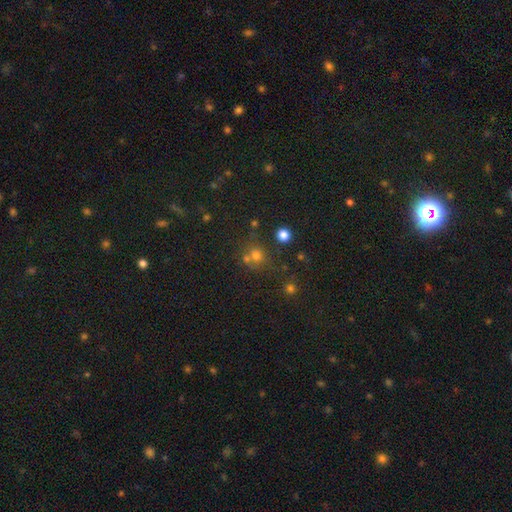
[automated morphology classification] smooth 63%, star or artifact 26%, featured or disk 11%. Down the decision tree: how rounded — round (85%); merging — none (60%).